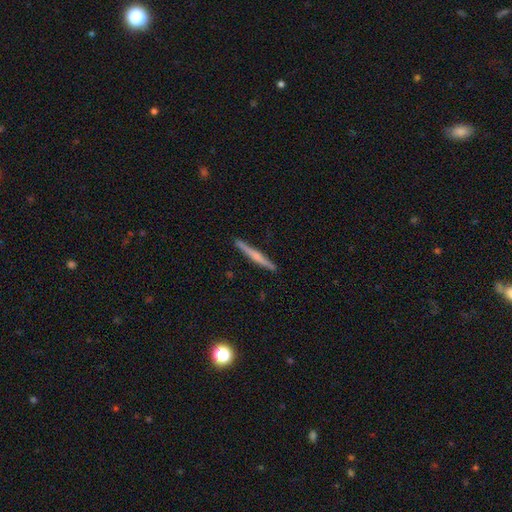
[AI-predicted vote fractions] Overall: featured or disk (51%; smooth 43%). Edge-on disk: yes (98%). Merging: none (91%).